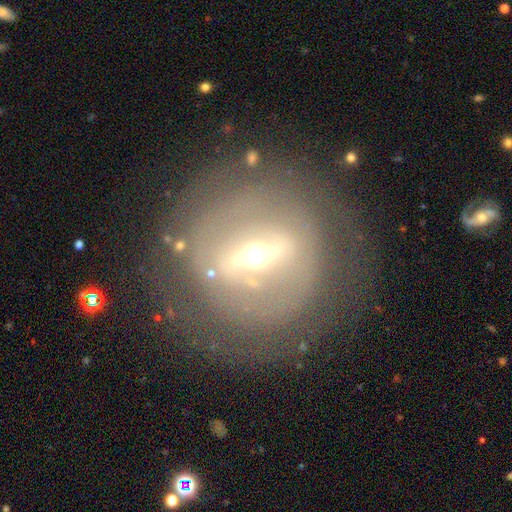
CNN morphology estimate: This appears to be a featured or disk galaxy (77%) with a strong bar (64%), no spiral arms (59%) and a moderate central bulge (60%). Merging: none (76%).